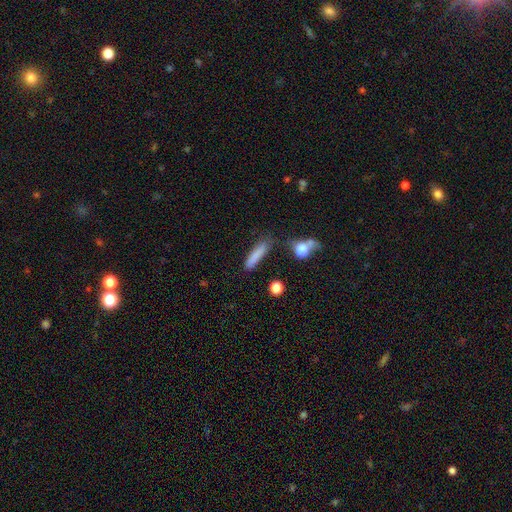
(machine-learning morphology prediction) A smooth galaxy with no disk features (80%) that is cigar-shaped (83%). Merging: none (67%).